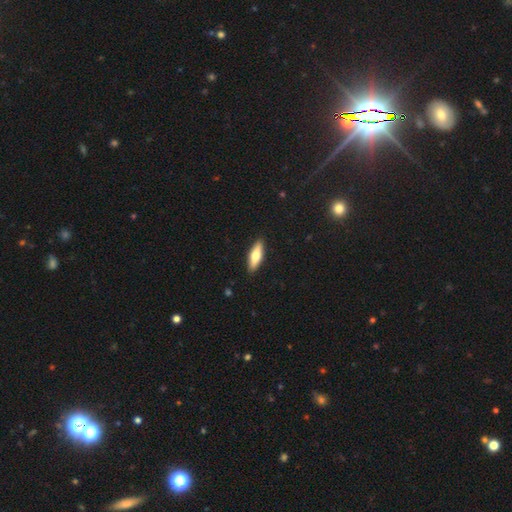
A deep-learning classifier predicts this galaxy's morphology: The model was most divided on "how rounded" (2-way tie): cigar-shaped: 49%, in between: 49%, round: 2%. More confident: merging — none (90%); smooth or featured — smooth (65%).